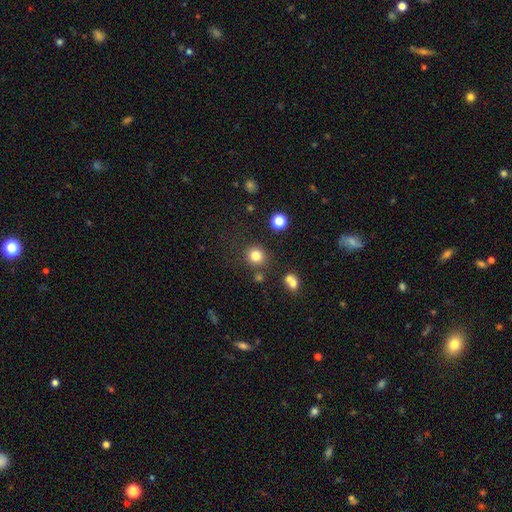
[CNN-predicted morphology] A smooth galaxy with no disk features (81%) that is round (90%). Merging: none (83%).